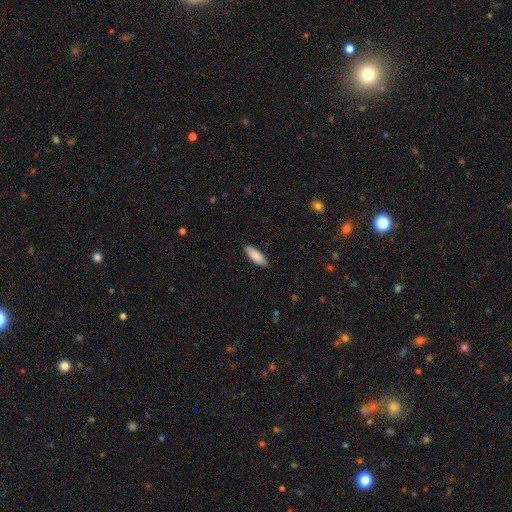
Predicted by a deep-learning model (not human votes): smooth_or_featured: smooth (p=0.87) [alt: featured or disk p=0.07]
how_rounded: in between (p=0.67) [alt: cigar-shaped p=0.31]
merging: none (p=0.88) [alt: minor disturbance p=0.10]